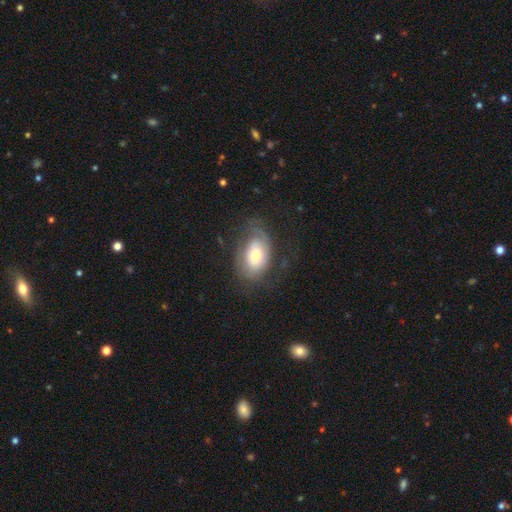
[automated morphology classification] Smooth or featured?
  - featured or disk: 46% * (tied)
  - smooth: 46% * (tied)
  - star or artifact: 8%
Merging?
  - none: 56% *
  - minor disturbance: 23%
  - major disturbance: 19%
  - merger: 1%